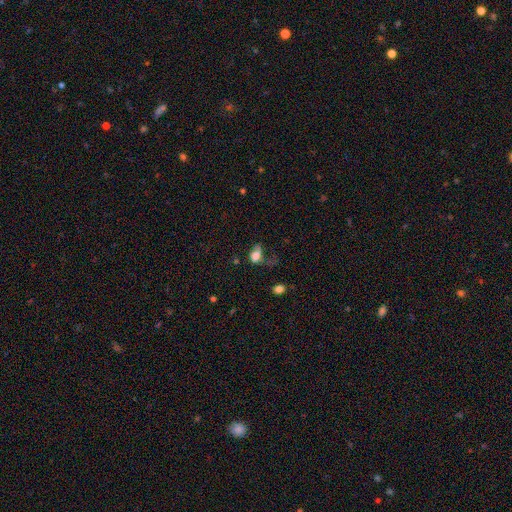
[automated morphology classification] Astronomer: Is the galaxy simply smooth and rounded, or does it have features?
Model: smooth — 68%.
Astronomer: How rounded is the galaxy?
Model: in between — 77%.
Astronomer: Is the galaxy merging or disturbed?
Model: major disturbance — 45% (runner-up: none, 25%).